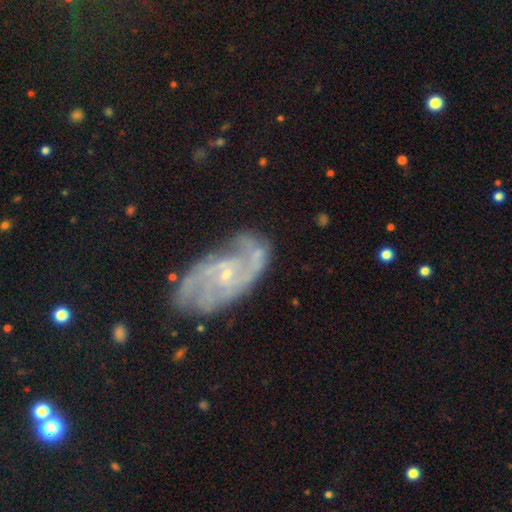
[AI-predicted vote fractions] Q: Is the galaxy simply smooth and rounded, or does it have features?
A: featured or disk — 77%.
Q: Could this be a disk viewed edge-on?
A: no — 96%.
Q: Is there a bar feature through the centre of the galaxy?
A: no — 49%.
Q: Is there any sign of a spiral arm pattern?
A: yes — 83%.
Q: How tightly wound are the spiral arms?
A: medium — 42%.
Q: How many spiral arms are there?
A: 2 — 59%.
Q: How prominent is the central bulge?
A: small — 61%.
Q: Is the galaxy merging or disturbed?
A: none — 51%.